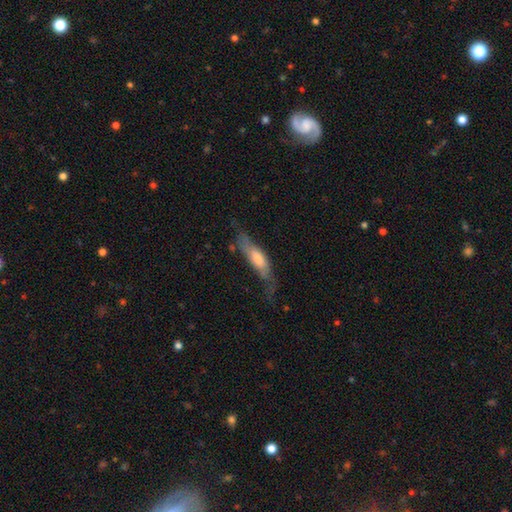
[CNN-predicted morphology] featured or disk 50%, smooth 43%, star or artifact 7%. Down the decision tree: merging — none (48%).